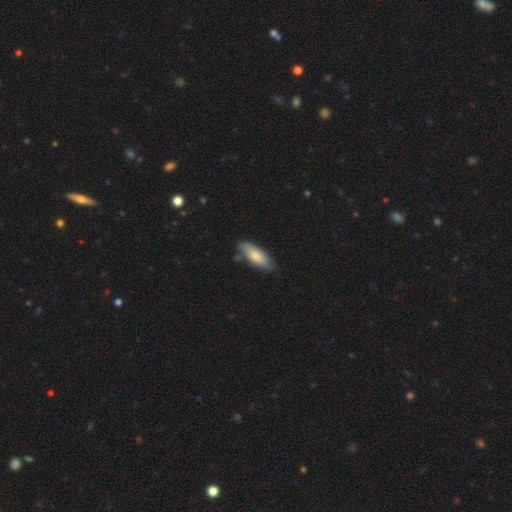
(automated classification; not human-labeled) This appears to be a smooth galaxy with no disk features (78%) that is in between round and cigar-shaped (72%). Merging: none (72%).